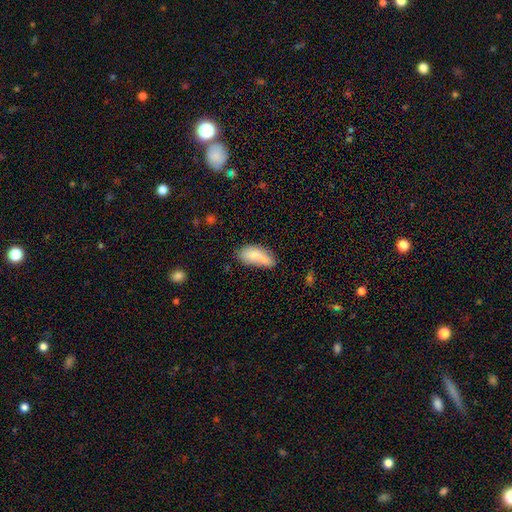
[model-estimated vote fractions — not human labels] smooth-or-featured: smooth: 79% | featured or disk: 13% | star or artifact: 8%
  how-rounded: in between: 88% | cigar-shaped: 8% | round: 3%
  merging: none: 42% | minor disturbance: 28% | merger: 21% | major disturbance: 10%